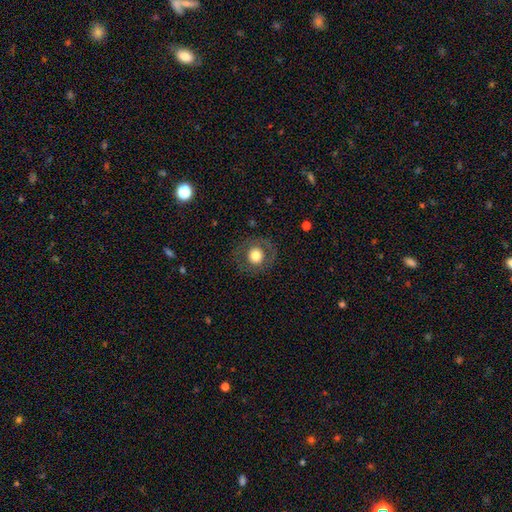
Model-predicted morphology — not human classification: This is likely a smooth galaxy (64%). How rounded: clearly round (92%). Merging: clearly none (81%).